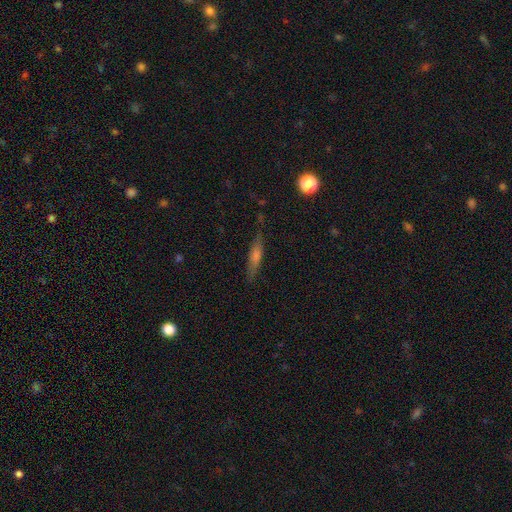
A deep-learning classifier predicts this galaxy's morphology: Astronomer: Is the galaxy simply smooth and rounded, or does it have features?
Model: smooth — 47% (runner-up: featured or disk, 43%).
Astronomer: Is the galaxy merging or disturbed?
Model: none — 83%.